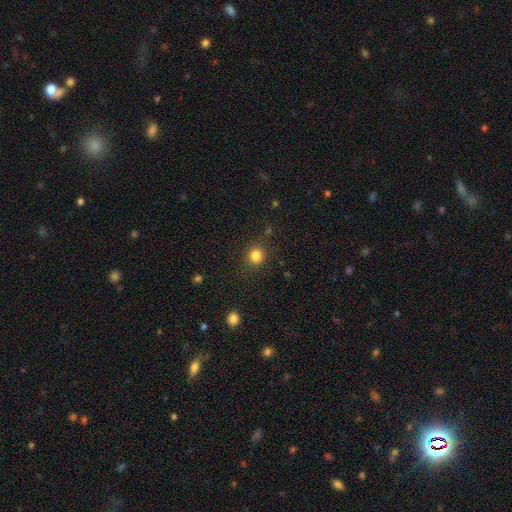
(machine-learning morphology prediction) smooth-or-featured: smooth: 83% | star or artifact: 12% | featured or disk: 5%
  how-rounded: round: 85% | in between: 14% | cigar-shaped: 1%
  merging: none: 87% | minor disturbance: 8% | major disturbance: 3% | merger: 2%